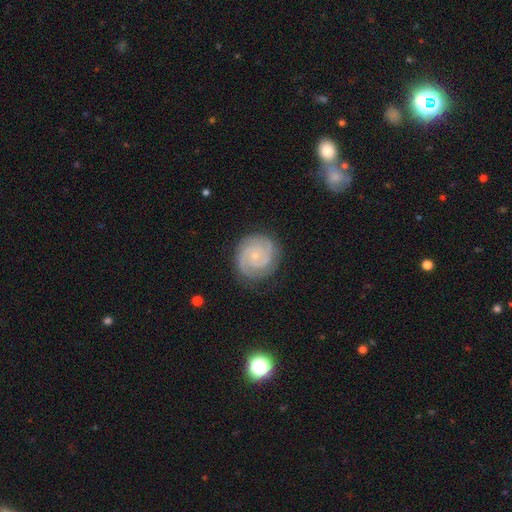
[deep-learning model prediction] Smooth or featured: featured or disk — 88% (smooth — 7%)
Edge-on disk: no — 98% (yes — 2%)
Bar: no — 73% (weak — 22%)
Spiral arms: yes — 98% (no — 2%)
Spiral winding: tight — 75% (medium — 23%)
Spiral arm count: 2 — 66% (3 — 18%)
Bulge size: small — 81% (moderate — 14%)
Merging: none — 84% (minor disturbance — 12%)